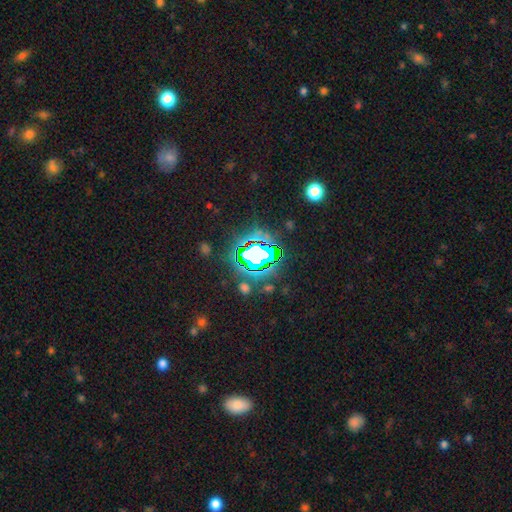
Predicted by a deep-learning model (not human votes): This is likely a star or artifact rather than a galaxy (71%).